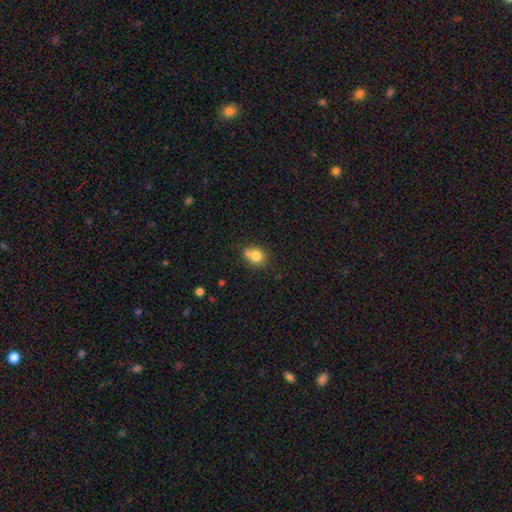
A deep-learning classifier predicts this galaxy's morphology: type=smooth (78%); roundness=round (66%); merging=none (51%).